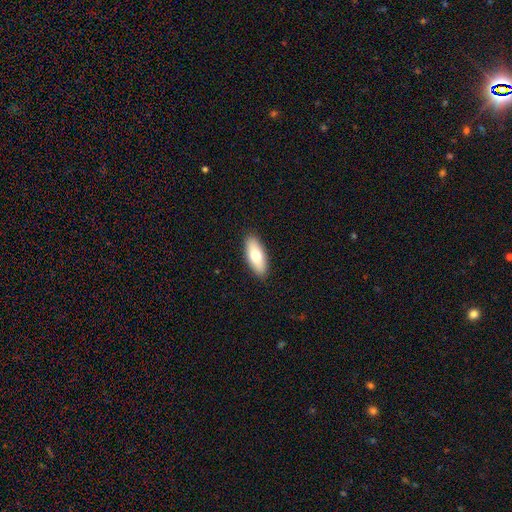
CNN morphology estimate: A smooth galaxy with no disk features (74%) that is in between round and cigar-shaped (79%).

Vote fractions:
- Smooth or featured? smooth: 74% / featured or disk: 20% / star or artifact: 6%
- How rounded? in between: 79% / cigar-shaped: 19% / round: 2%
- Merging? none: 90% / minor disturbance: 8% / major disturbance: 2% / merger: 1%